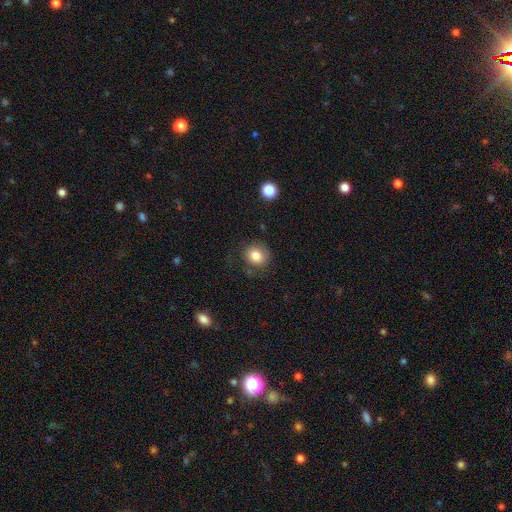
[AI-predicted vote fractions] This is clearly a smooth galaxy (81%). How rounded: clearly round (83%). Merging: likely none (74%).